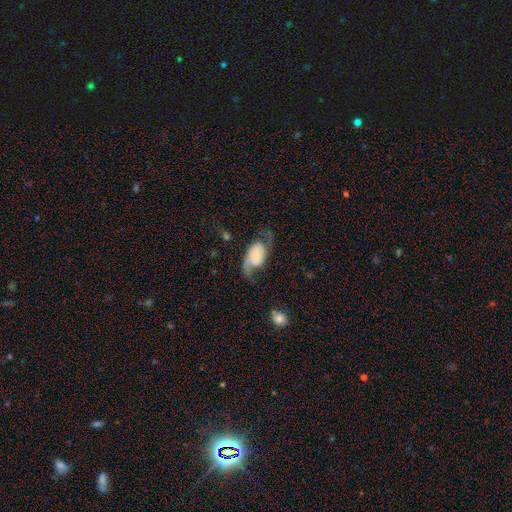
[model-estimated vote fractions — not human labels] Smooth or featured?
  - featured or disk: 75% *
  - smooth: 18%
  - star or artifact: 7%
Edge-on disk?
  - no: 96% *
  - yes: 4%
Bar?
  - no: 70% *
  - weak: 22%
  - strong: 7%
Spiral arms?
  - yes: 93% *
  - no: 7%
Spiral winding?
  - loose: 46% *
  - medium: 36%
  - tight: 17%
Spiral arm count?
  - 2: 88% *
  - 1: 5%
  - can't tell: 4%
  - 3: 1%
  - 4: 1%
  - more than 4: 1%
Bulge size?
  - small: 55% *
  - moderate: 19%
  - none: 13%
  - large: 7%
  - dominant: 5%
Merging?
  - none: 56% *
  - minor disturbance: 22%
  - major disturbance: 19%
  - merger: 3%